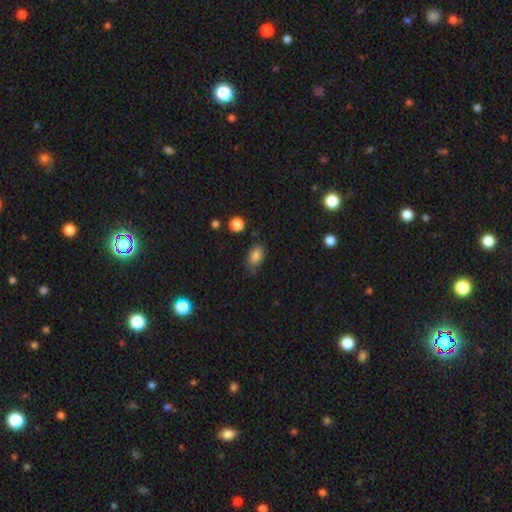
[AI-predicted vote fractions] smooth 84%, star or artifact 9%, featured or disk 7%. Down the decision tree: how rounded — in between (87%); merging — none (64%).